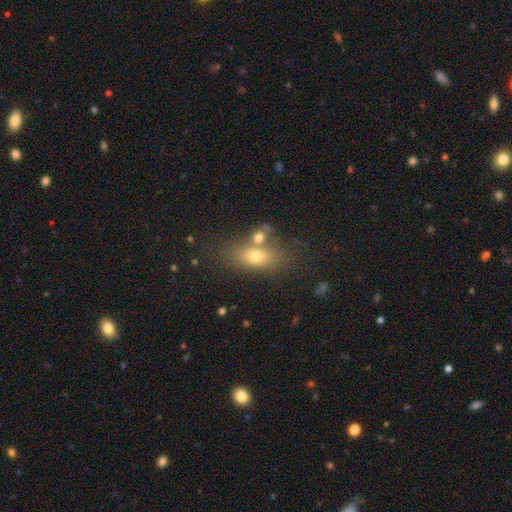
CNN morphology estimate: smooth-or-featured: smooth: 71% | featured or disk: 18% | star or artifact: 11%
  how-rounded: in between: 76% | cigar-shaped: 15% | round: 9%
  merging: none: 58% | merger: 23% | minor disturbance: 13% | major disturbance: 6%